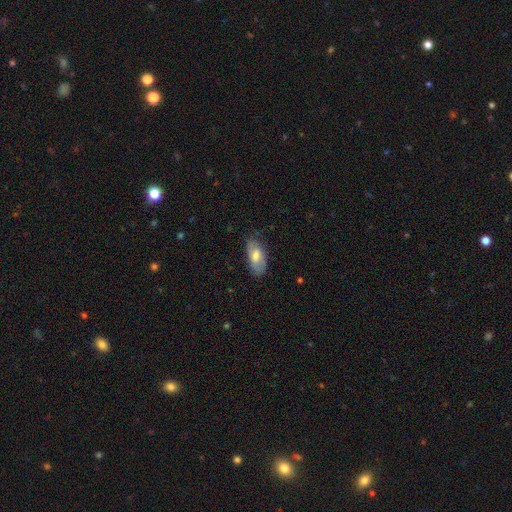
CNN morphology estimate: This is likely a smooth galaxy (66%). How rounded: clearly in between (90%). Merging: likely none (72%).